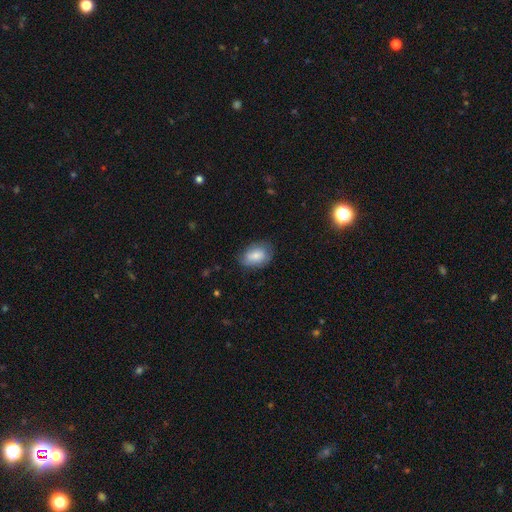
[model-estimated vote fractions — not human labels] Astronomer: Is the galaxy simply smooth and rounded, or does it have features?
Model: smooth — 75%.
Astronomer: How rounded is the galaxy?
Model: in between — 84%.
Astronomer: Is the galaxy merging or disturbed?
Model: none — 69%.